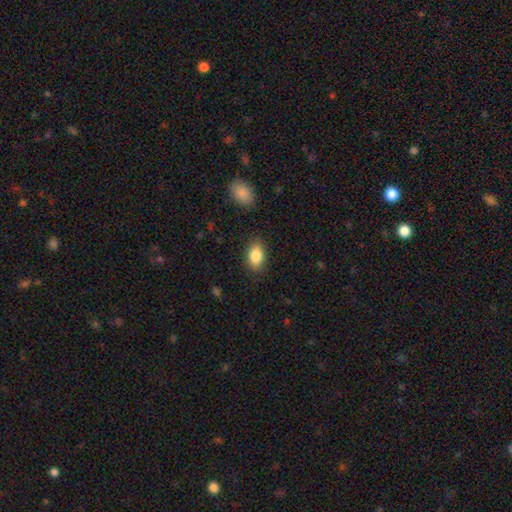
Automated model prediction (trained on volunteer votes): smooth 85%, star or artifact 8%, featured or disk 7%. Down the decision tree: how rounded — in between (88%); merging — none (85%).